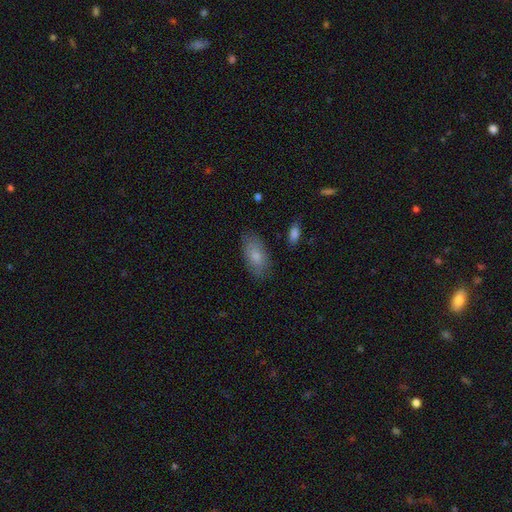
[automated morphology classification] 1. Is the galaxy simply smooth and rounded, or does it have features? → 78% smooth, 15% featured or disk, 7% star or artifact.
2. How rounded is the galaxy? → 92% in between, 4% cigar-shaped, 4% round.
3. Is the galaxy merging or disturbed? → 80% none, 15% minor disturbance, 3% major disturbance, 2% merger.